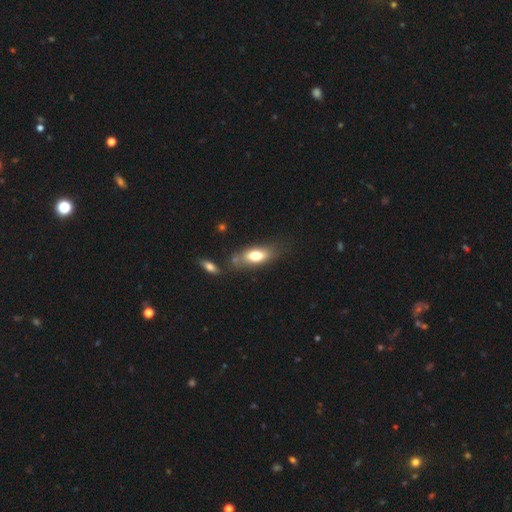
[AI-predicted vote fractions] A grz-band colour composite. It shows a smooth galaxy with no disk features (73%) that is in between round and cigar-shaped (78%). Merging: none (63%).